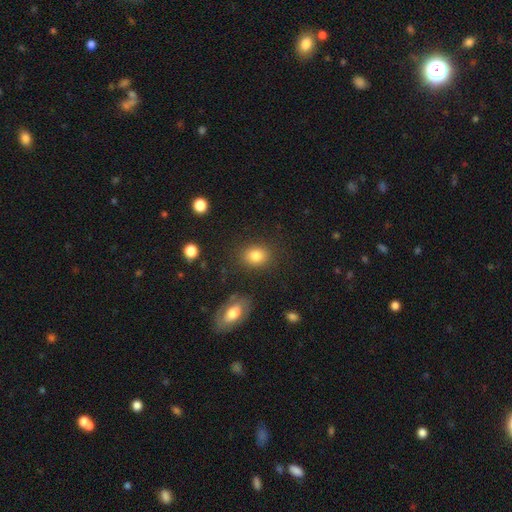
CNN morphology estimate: smooth-or-featured: smooth: 83% | star or artifact: 10% | featured or disk: 7%
  how-rounded: in between: 50% | round: 48% | cigar-shaped: 1%
  merging: none: 84% | minor disturbance: 9% | major disturbance: 4% | merger: 3%